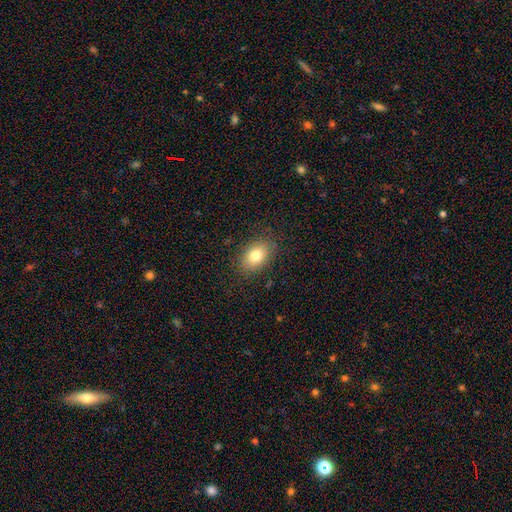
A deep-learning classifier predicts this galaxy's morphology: Smooth or featured: smooth — 80% (featured or disk — 11%)
How rounded: in between — 82% (round — 16%)
Merging: none — 85% (minor disturbance — 11%)